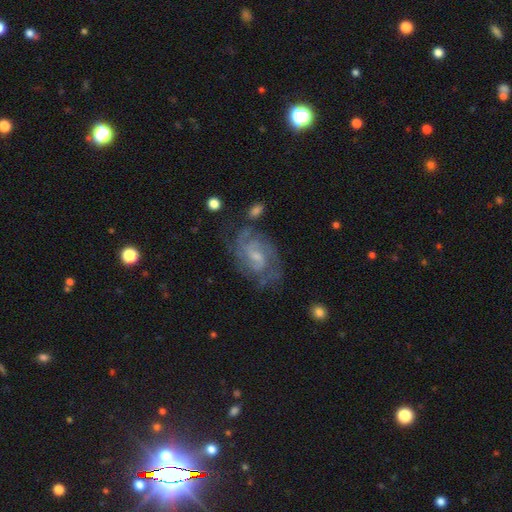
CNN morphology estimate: Overall: featured or disk (84%). Edge-on disk: no (97%). Bar: weak (56%; no 34%). Spiral arms: yes (95%). Spiral arm count: 2 (42%; can't tell 24%). Spiral winding: tight (47%; medium 42%). Bulge size: small (58%; moderate 29%). Merging: none (67%).